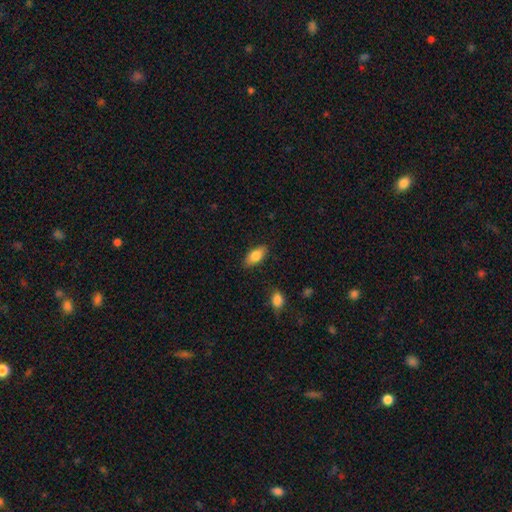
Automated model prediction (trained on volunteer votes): This is clearly a smooth galaxy (82%). How rounded: clearly in between (88%). Merging: clearly none (85%).